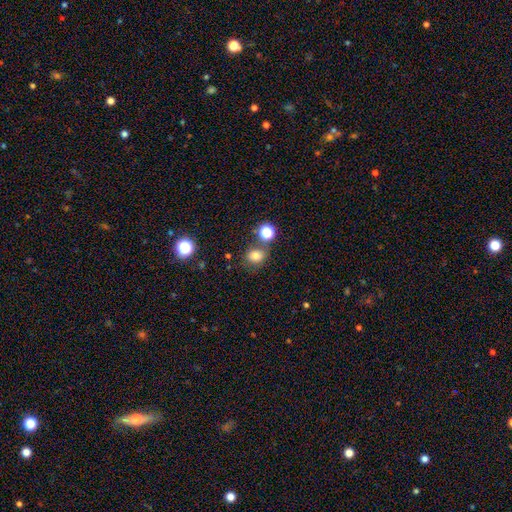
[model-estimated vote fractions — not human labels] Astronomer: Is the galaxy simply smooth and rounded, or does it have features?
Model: smooth — 77%.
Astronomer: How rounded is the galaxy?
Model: round — 65%.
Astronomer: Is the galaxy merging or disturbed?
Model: none — 69%.